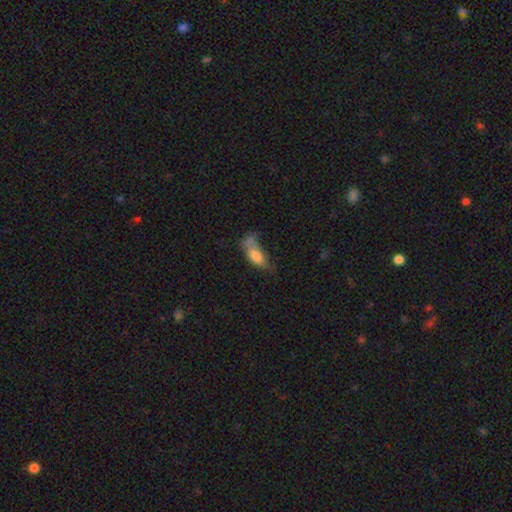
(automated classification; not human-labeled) This appears to be a smooth galaxy with no disk features (74%) that is in between round and cigar-shaped (76%). Merging: none (28%).